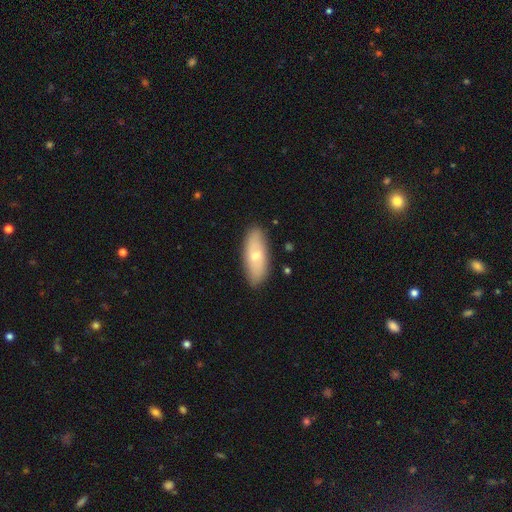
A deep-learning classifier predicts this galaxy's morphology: Smooth or featured? smooth (62%)
How rounded? in between (76%)
Merging? none (85%)